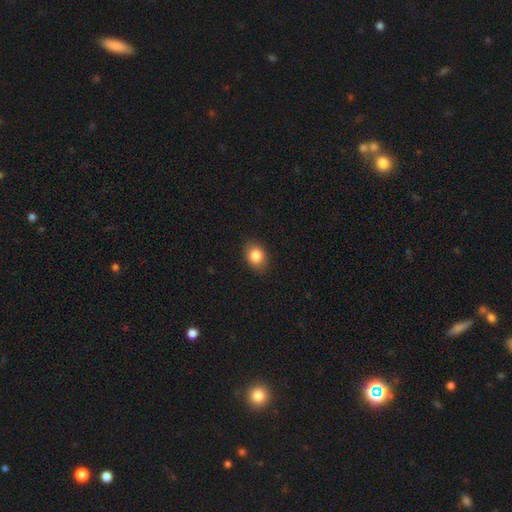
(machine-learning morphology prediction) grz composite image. It shows a smooth galaxy with no disk features (84%) that is in between round and cigar-shaped (66%). Merging: none (85%).